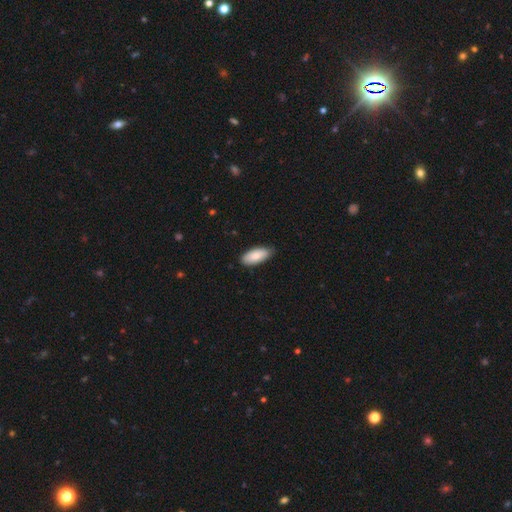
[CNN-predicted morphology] Smooth or featured? Predicted: smooth (p=0.86). How rounded? Predicted: in between (p=0.85). Merging? Predicted: none (p=0.83).